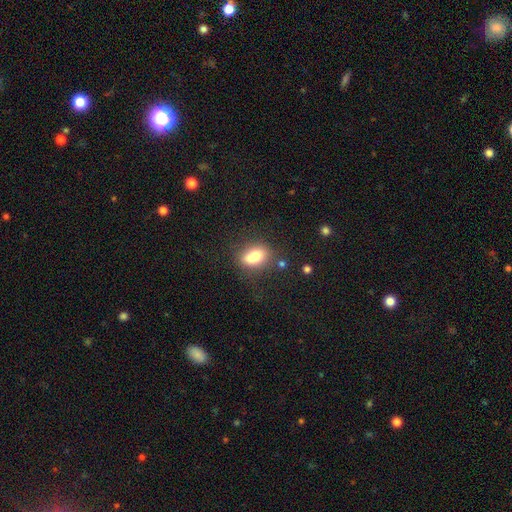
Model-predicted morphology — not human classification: Overall: smooth (72%). How rounded: in between (68%; round 28%). Merging: none (42%; merger 35%).